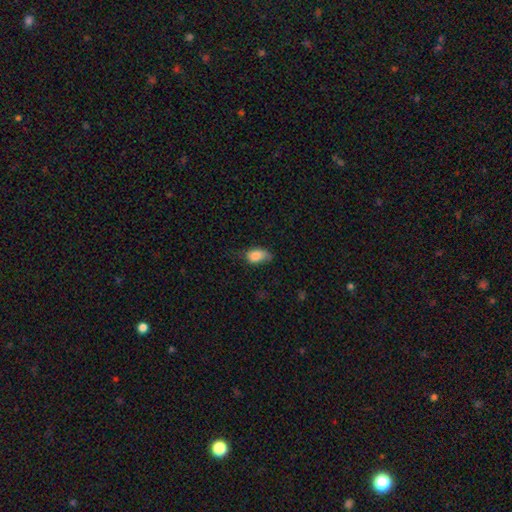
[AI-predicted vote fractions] smooth_or_featured: smooth (p=0.82) [alt: featured or disk p=0.11]
how_rounded: in between (p=0.89) [alt: round p=0.08]
merging: none (p=0.40) [tied with: minor disturbance p=0.40]